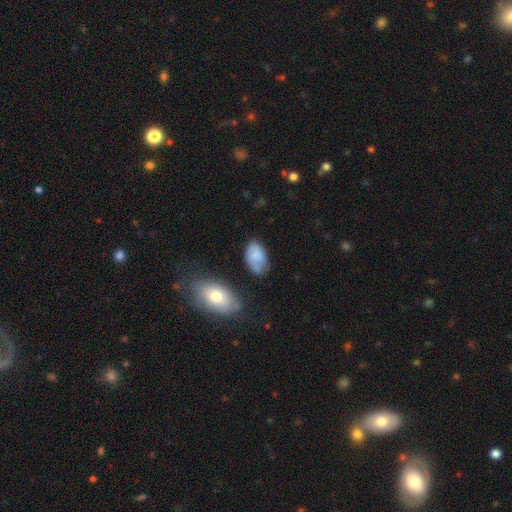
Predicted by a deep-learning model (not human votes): The model was most divided on "merging": none: 57%, minor disturbance: 28%, major disturbance: 8%, merger: 6%. More confident: how rounded — in between (92%); smooth or featured — smooth (71%).